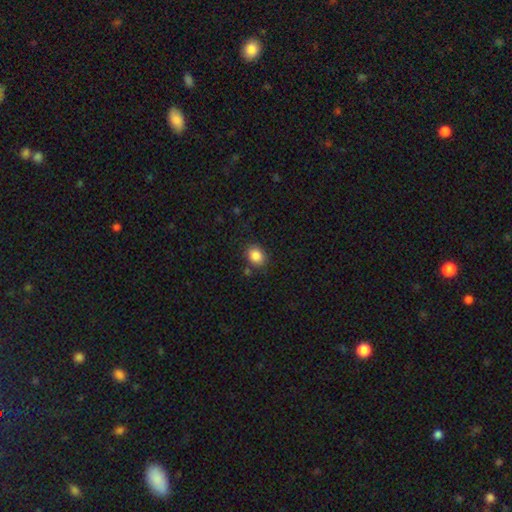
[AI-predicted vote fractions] Morphology: type=smooth (87%); roundness=round (51%); merging=none (82%).